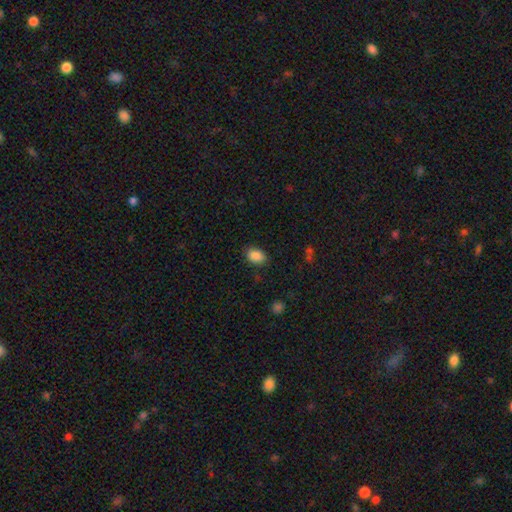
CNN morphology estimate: Smooth or featured? Predicted: smooth (p=0.88). How rounded? Predicted: in between (p=0.80). Merging? Predicted: none (p=0.86).